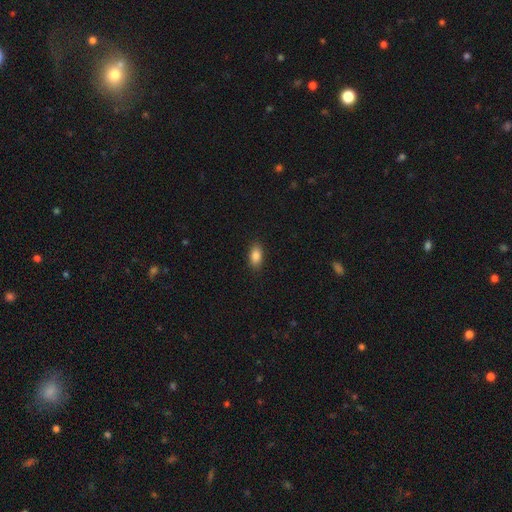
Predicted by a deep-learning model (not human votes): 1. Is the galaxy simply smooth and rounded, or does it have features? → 86% smooth, 8% star or artifact, 6% featured or disk.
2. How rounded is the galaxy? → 89% in between, 6% round, 4% cigar-shaped.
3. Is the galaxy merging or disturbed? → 88% none, 9% minor disturbance, 2% major disturbance, 1% merger.